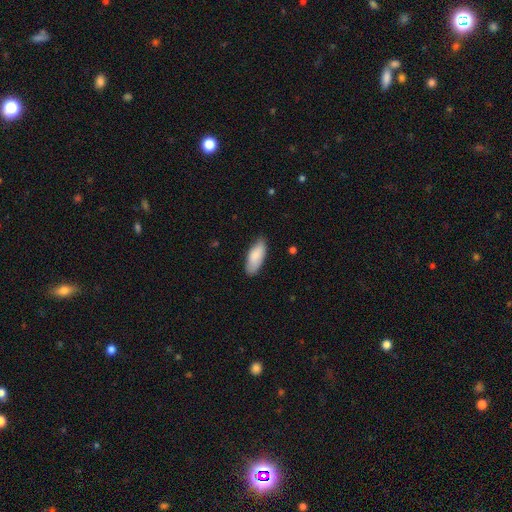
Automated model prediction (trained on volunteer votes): This appears to be a smooth galaxy with no disk features (87%) that is in between round and cigar-shaped (80%). Merging: none (80%).